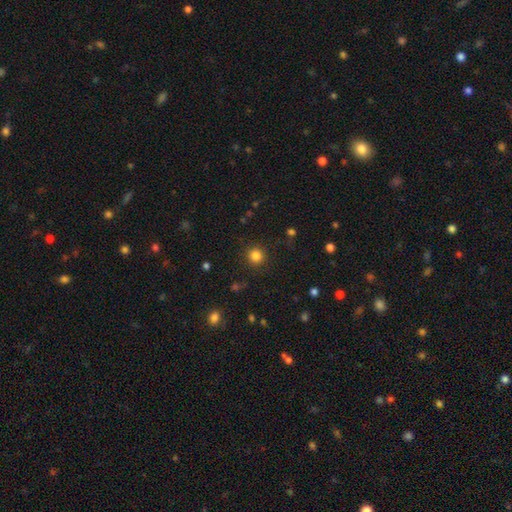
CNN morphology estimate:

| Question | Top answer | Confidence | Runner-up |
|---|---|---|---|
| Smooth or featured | smooth | 83% | star or artifact (13%) |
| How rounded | round | 94% | in between (5%) |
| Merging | none | 89% | minor disturbance (6%) |